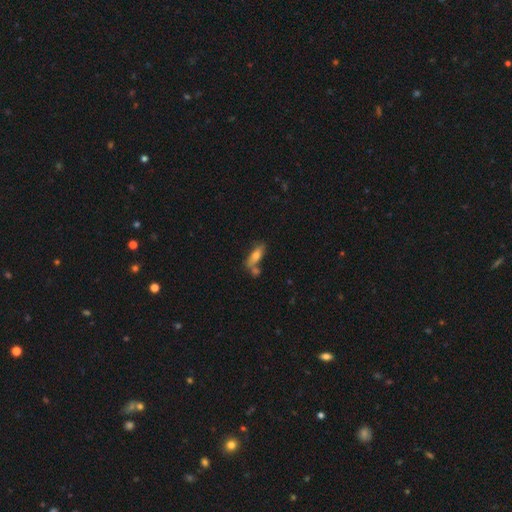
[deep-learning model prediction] Smooth or featured?
  - smooth: 65% *
  - featured or disk: 26%
  - star or artifact: 9%
How rounded?
  - in between: 56% *
  - cigar-shaped: 41%
  - round: 3%
Merging?
  - none: 51% *
  - merger: 28%
  - minor disturbance: 15%
  - major disturbance: 6%